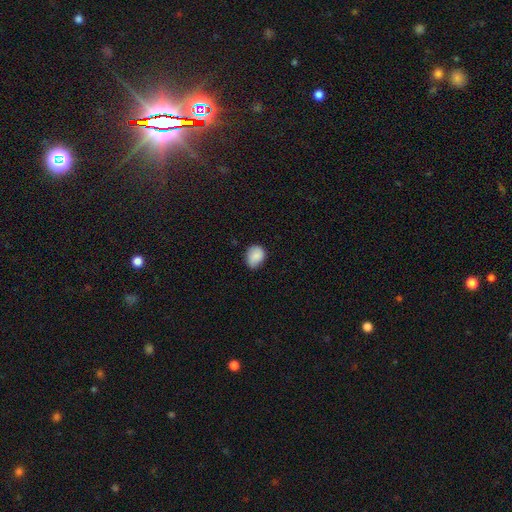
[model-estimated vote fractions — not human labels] This is clearly a smooth galaxy (86%). How rounded: possibly in between (53%). Merging: likely none (68%).